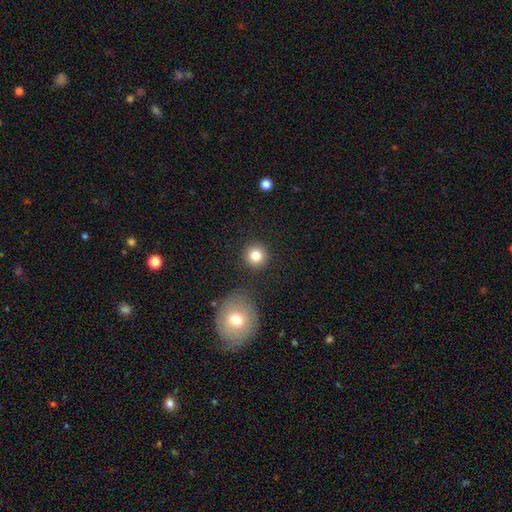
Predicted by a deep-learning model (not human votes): smooth 83%, star or artifact 10%, featured or disk 7%. Down the decision tree: how rounded — round (94%); merging — none (87%).